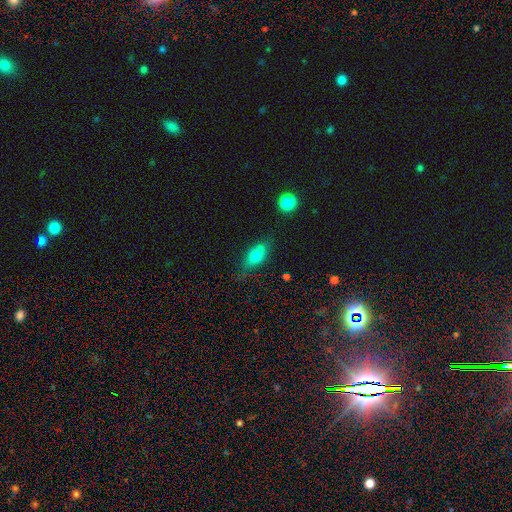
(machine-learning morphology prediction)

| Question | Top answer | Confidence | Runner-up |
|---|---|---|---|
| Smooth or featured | smooth | 75% | featured or disk (16%) |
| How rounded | in between | 82% | cigar-shaped (12%) |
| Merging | none | 62% | minor disturbance (22%) |